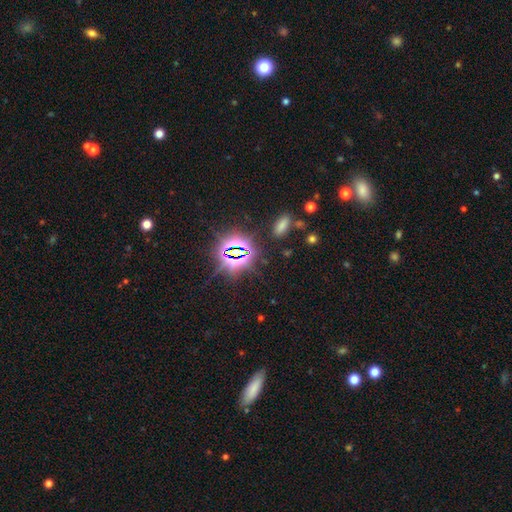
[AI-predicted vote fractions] A star or artifact, not a galaxy (78%).